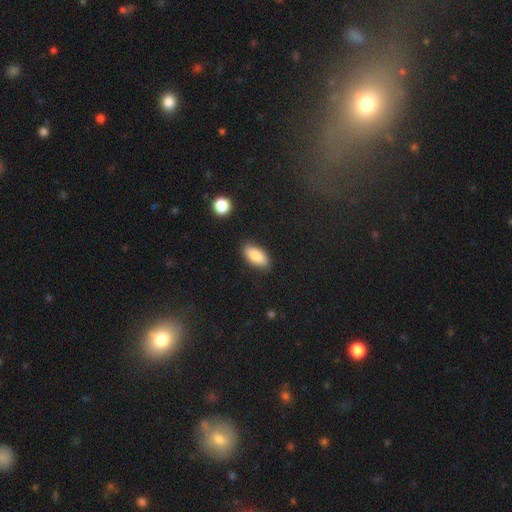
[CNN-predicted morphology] Smooth or featured: smooth — 86% (featured or disk — 7%)
How rounded: in between — 89% (cigar-shaped — 8%)
Merging: none — 86% (minor disturbance — 10%)